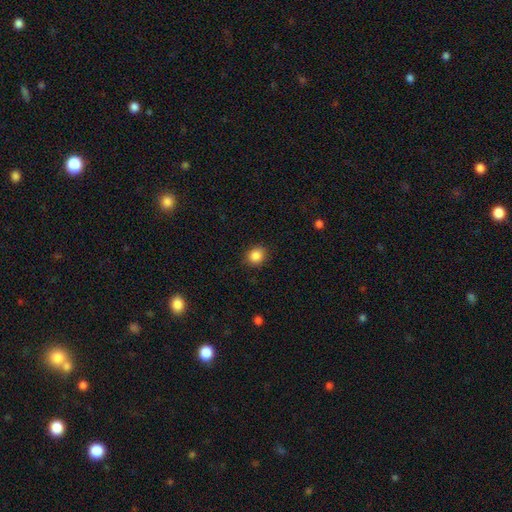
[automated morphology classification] A smooth galaxy with no disk features (87%) that is round (75%). Merging: none (89%).